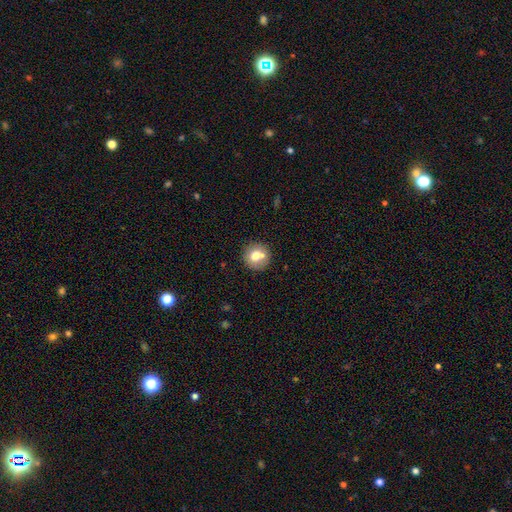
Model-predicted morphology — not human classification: smooth-or-featured: smooth: 71% | featured or disk: 19% | star or artifact: 10%
  how-rounded: round: 90% | in between: 9% | cigar-shaped: 1%
  merging: none: 67% | merger: 19% | minor disturbance: 11% | major disturbance: 3%